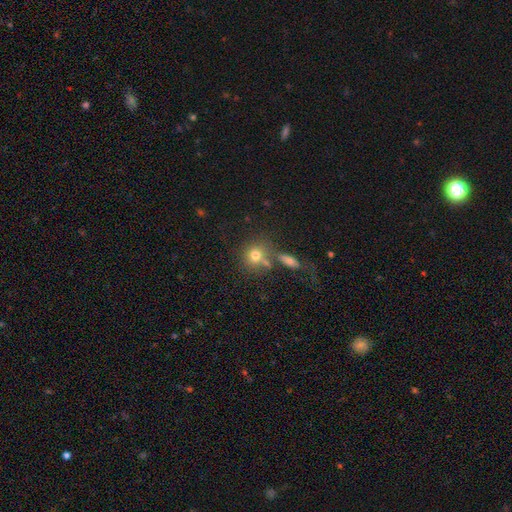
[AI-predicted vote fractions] smooth-or-featured: smooth: 74% | featured or disk: 13% | star or artifact: 13%
  how-rounded: round: 77% | in between: 21% | cigar-shaped: 2%
  merging: none: 56% | merger: 24% | minor disturbance: 13% | major disturbance: 7%